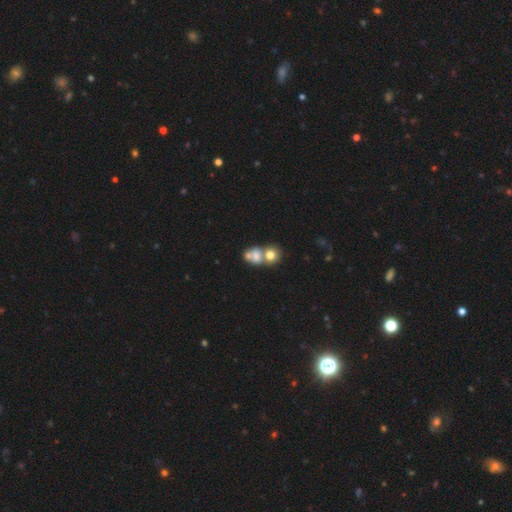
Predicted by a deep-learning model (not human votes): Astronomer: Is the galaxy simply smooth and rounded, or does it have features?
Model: smooth — 65%.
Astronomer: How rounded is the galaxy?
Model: round — 55% (runner-up: in between, 43%).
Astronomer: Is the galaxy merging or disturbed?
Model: merger — 62%.